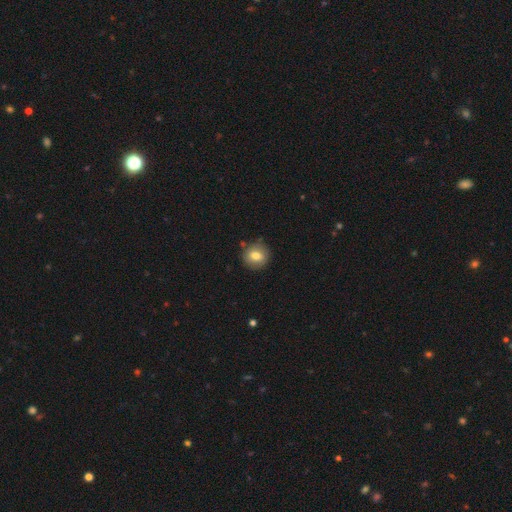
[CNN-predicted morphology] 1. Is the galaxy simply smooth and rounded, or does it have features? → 77% smooth, 14% featured or disk, 9% star or artifact.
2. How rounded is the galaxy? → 87% round, 12% in between, 1% cigar-shaped.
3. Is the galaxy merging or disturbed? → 84% none, 11% minor disturbance, 3% merger, 3% major disturbance.